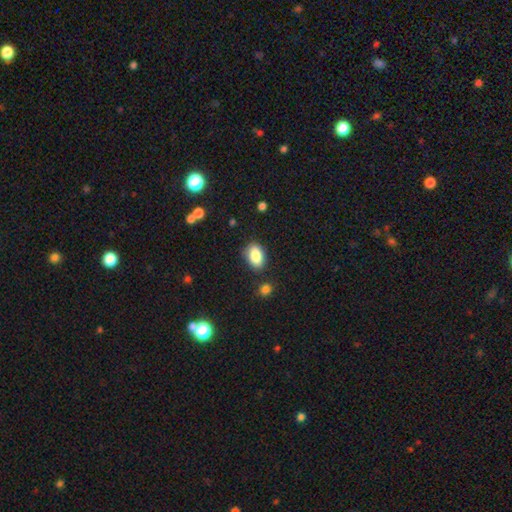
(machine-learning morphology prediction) A smooth galaxy with no disk features (86%) that is in between round and cigar-shaped (87%).

Vote fractions:
- Smooth or featured? smooth: 86% / star or artifact: 7% / featured or disk: 6%
- How rounded? in between: 87% / round: 11% / cigar-shaped: 2%
- Merging? none: 82% / minor disturbance: 12% / merger: 3% / major disturbance: 3%